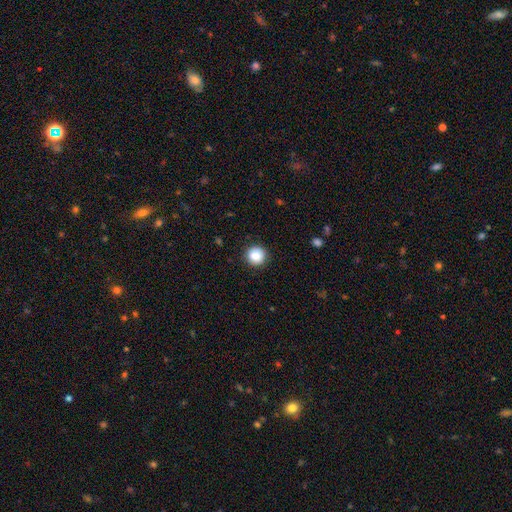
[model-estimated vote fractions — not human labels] The model was most divided on "smooth or featured": smooth: 86%, star or artifact: 9%, featured or disk: 5%. More confident: how rounded — round (94%); merging — none (91%).